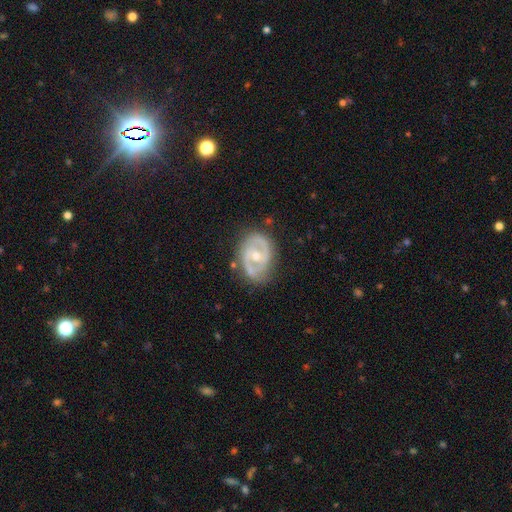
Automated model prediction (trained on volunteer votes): Smooth or featured: featured or disk — 83% (smooth — 12%)
Edge-on disk: no — 97% (yes — 3%)
Bar: no — 44% (weak — 41%)
Spiral arms: yes — 84% (no — 16%)
Spiral winding: medium — 48% (tight — 38%)
Spiral arm count: 2 — 84% (can't tell — 8%)
Bulge size: moderate — 64% (small — 31%)
Merging: none — 76% (minor disturbance — 17%)